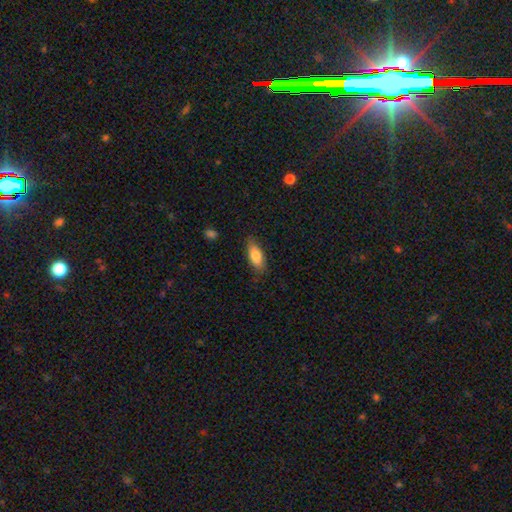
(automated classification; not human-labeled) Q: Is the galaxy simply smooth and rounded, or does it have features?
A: smooth — 81%.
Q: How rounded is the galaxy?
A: in between — 76%.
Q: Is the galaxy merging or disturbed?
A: none — 82%.